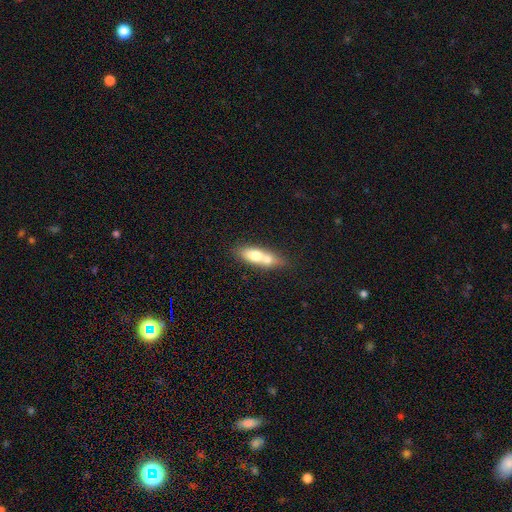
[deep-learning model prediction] smooth_or_featured: smooth (p=0.63) [alt: featured or disk p=0.29]
how_rounded: in between (p=0.62) [alt: cigar-shaped p=0.31]
merging: merger (p=0.59) [alt: none p=0.28]